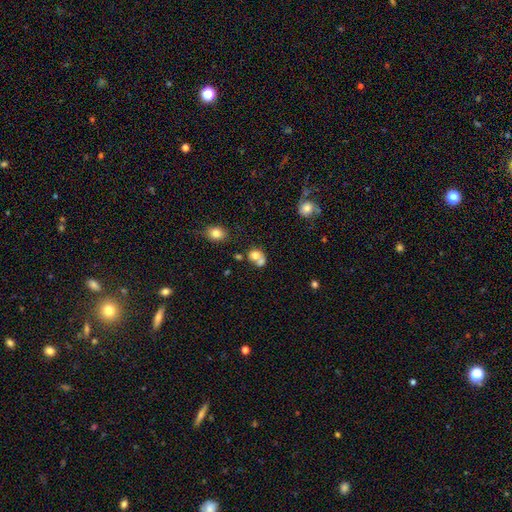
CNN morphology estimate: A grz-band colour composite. It shows a smooth galaxy with no disk features (73%) that is round (65%). Merging: merger (58%).